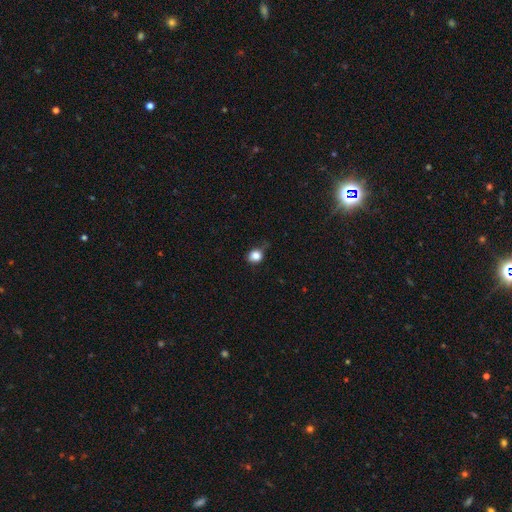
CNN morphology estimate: Smooth or featured: smooth — 84% (star or artifact — 11%)
How rounded: round — 70% (in between — 29%)
Merging: none — 62% (minor disturbance — 29%)